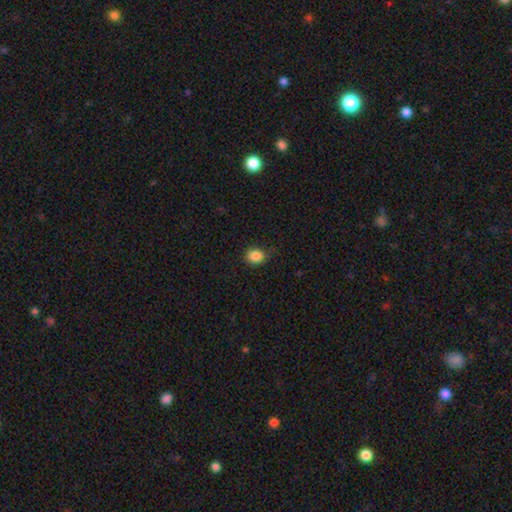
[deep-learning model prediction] Smooth or featured? smooth (86%)
How rounded? round (59%)
Merging? none (76%)